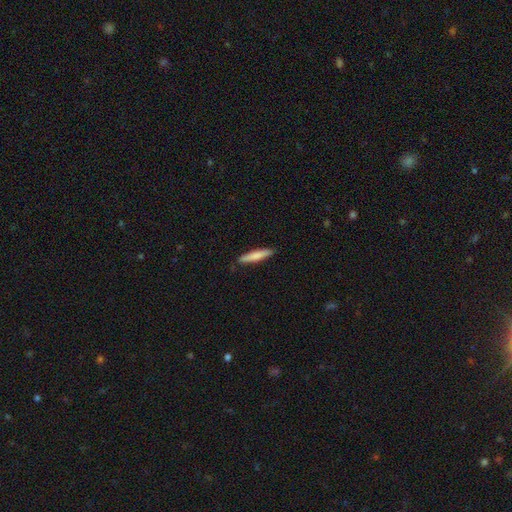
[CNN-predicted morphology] smooth 77%, featured or disk 18%, star or artifact 5%. Down the decision tree: how rounded — cigar-shaped (90%); merging — none (90%).